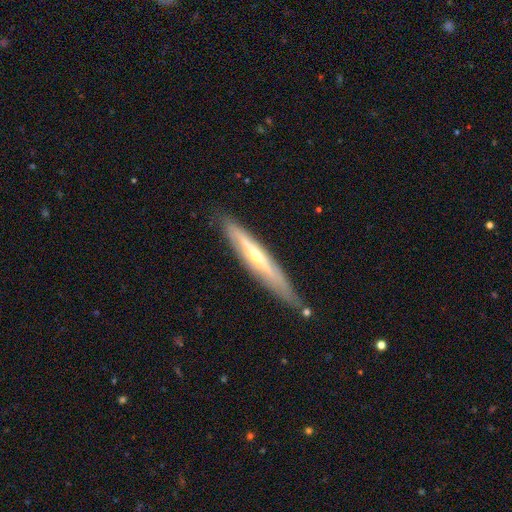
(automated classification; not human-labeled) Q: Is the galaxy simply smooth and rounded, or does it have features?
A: featured or disk — 70%.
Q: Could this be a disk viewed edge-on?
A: yes — 87%.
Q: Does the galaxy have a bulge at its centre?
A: rounded — 77%.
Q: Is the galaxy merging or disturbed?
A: none — 79%.